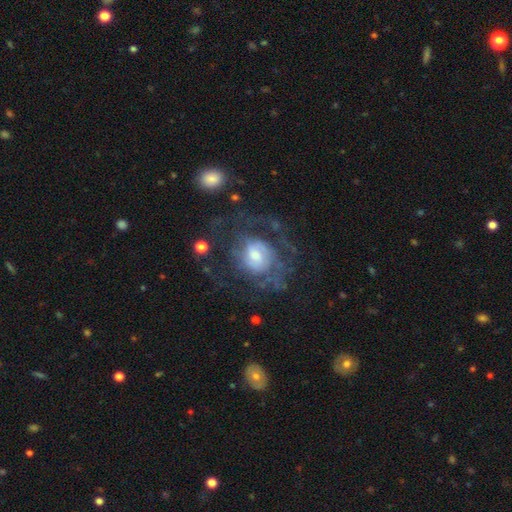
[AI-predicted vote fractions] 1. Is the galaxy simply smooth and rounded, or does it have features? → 76% featured or disk, 16% smooth, 8% star or artifact.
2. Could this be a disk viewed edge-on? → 97% no, 3% yes.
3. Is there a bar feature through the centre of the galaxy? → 51% no, 41% weak, 8% strong.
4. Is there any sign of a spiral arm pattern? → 84% yes, 16% no.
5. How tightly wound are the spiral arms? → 39% medium, 38% tight, 24% loose.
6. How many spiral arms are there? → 41% can't tell, 24% 2, 14% 3, 8% 1, 8% 4, 6% more than 4.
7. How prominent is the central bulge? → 48% moderate, 29% small, 17% large, 4% none, 2% dominant.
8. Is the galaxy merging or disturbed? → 52% none, 29% major disturbance, 16% minor disturbance, 3% merger.